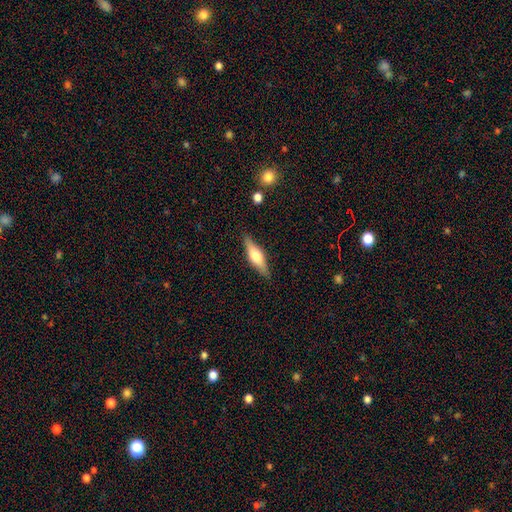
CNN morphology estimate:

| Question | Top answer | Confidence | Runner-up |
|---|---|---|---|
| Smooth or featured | featured or disk | 48% | smooth (46%) |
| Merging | none | 87% | minor disturbance (10%) |